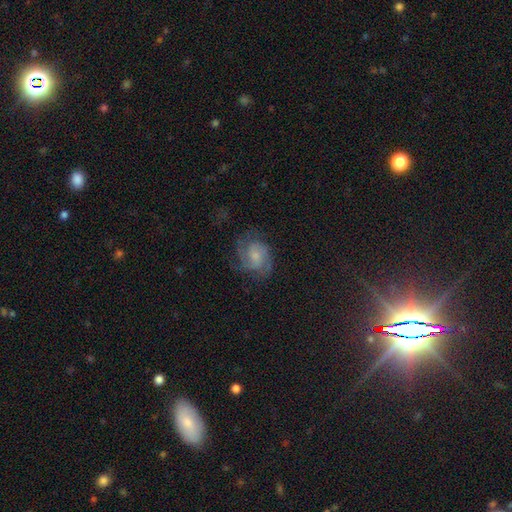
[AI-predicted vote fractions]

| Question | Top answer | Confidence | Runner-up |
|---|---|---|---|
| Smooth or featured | featured or disk | 70% | smooth (22%) |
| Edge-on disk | no | 98% | yes (2%) |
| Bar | no | 67% | weak (29%) |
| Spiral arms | yes | 92% | no (8%) |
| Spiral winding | medium | 46% | tight (38%) |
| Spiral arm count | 2 | 33% | 3 (26%) |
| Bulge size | small | 50% | moderate (34%) |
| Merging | none | 64% | minor disturbance (20%) |